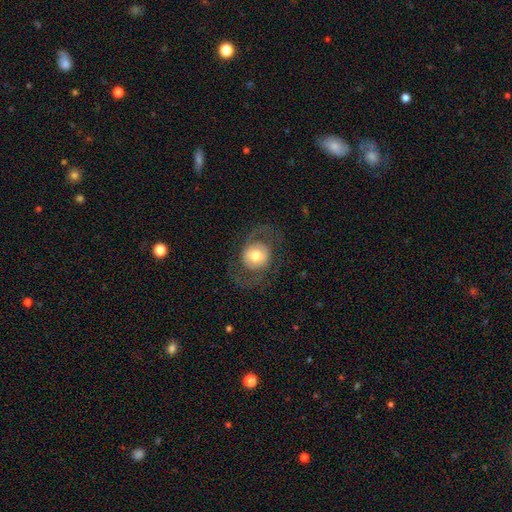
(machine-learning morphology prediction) Smooth or featured? featured or disk (52%)
Edge-on disk? no (95%)
Merging? none (66%)